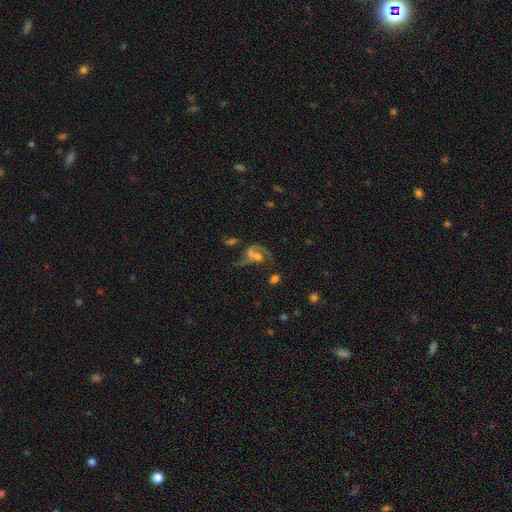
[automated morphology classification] featured or disk 64%, smooth 24%, star or artifact 12%. Down the decision tree: edge-on disk — no (97%); bar — no (62%); spiral arms — yes (78%); bulge size — moderate (46%); merging — merger (41%).